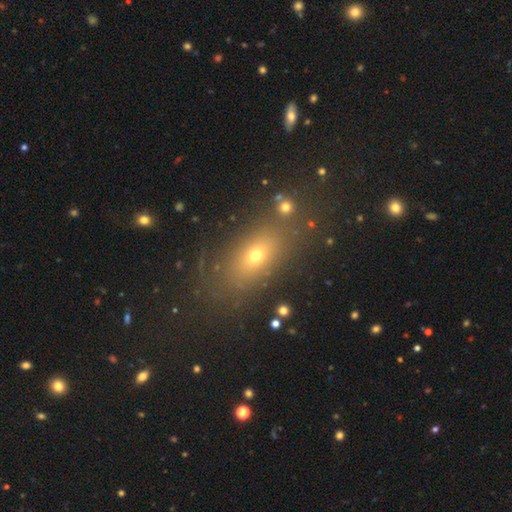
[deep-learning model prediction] A smooth galaxy with no disk features (60%) that is in between round and cigar-shaped (71%).

Vote fractions:
- Smooth or featured? smooth: 60% / star or artifact: 23% / featured or disk: 17%
- How rounded? in between: 71% / round: 21% / cigar-shaped: 8%
- Merging? none: 77% / minor disturbance: 12% / major disturbance: 7% / merger: 5%